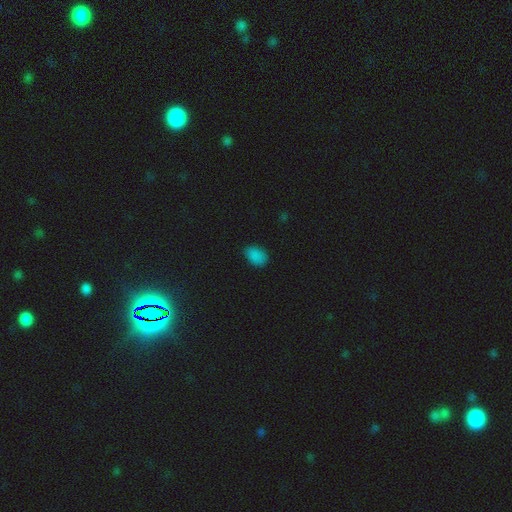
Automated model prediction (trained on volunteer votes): Smooth or featured?
  - smooth: 83% *
  - star or artifact: 14%
  - featured or disk: 3%
How rounded?
  - in between: 83% *
  - round: 16%
  - cigar-shaped: 1%
Merging?
  - none: 81% *
  - minor disturbance: 15%
  - major disturbance: 3%
  - merger: 1%